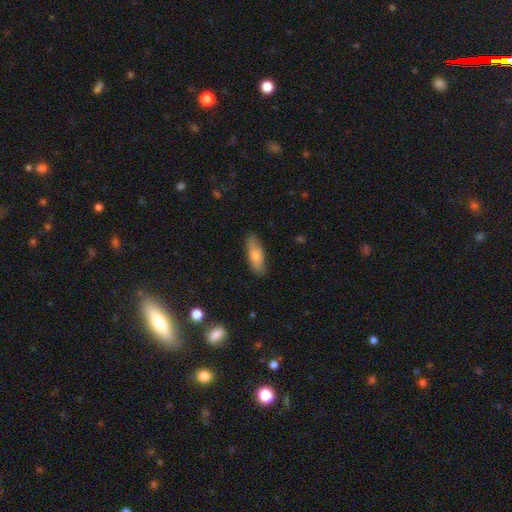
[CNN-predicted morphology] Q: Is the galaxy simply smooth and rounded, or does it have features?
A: smooth — 74%.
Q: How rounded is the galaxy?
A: in between — 59%.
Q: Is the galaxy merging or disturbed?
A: none — 81%.